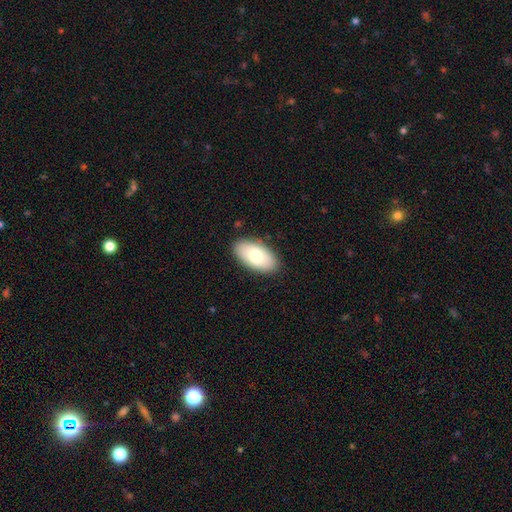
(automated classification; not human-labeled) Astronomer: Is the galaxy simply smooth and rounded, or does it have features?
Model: smooth — 75%.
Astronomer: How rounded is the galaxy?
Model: in between — 95%.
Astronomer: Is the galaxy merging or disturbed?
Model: none — 87%.